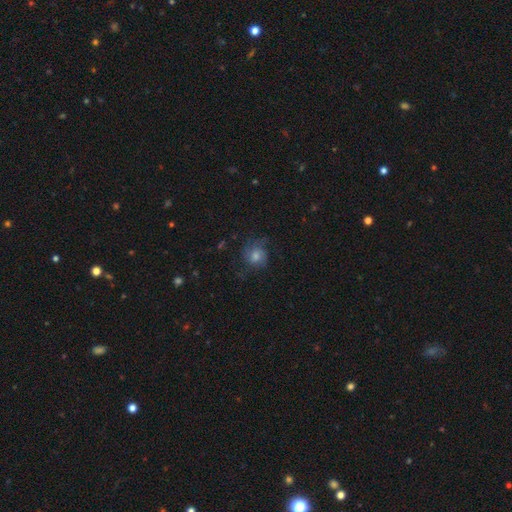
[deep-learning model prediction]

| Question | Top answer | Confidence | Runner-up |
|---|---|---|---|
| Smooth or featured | featured or disk | 45% | smooth (39%) |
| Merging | none | 67% | minor disturbance (19%) |